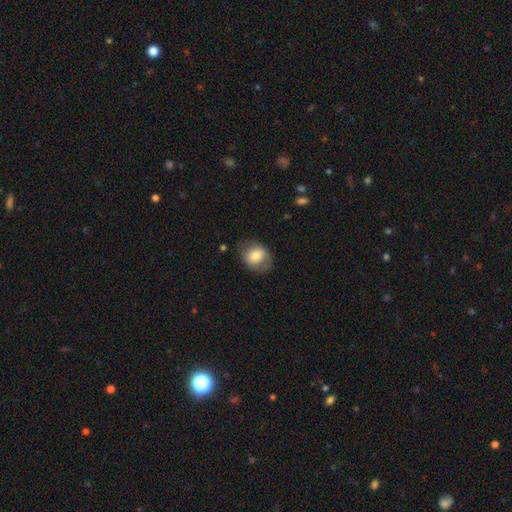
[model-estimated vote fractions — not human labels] The model was most divided on "how rounded": in between: 56%, round: 43%, cigar-shaped: 1%. More confident: merging — none (73%); smooth or featured — smooth (68%).